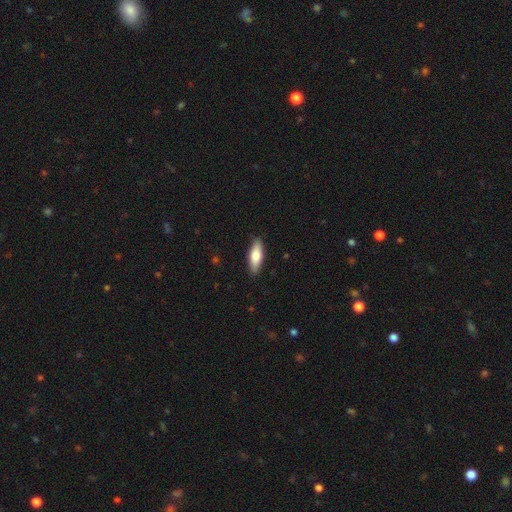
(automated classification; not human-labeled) This is likely a smooth galaxy (77%). How rounded: likely in between (62%). Merging: clearly none (88%).